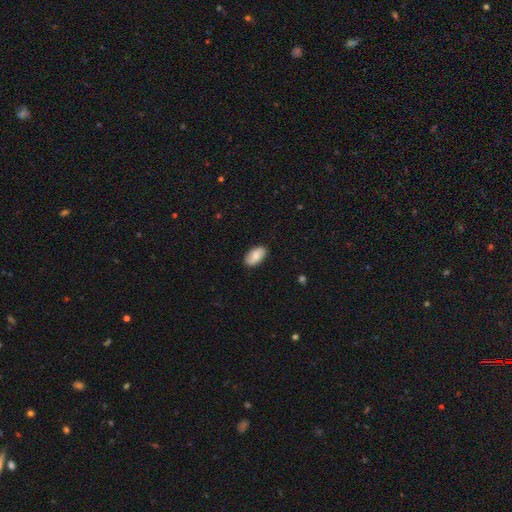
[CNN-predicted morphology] Overall: smooth (77%). How rounded: in between (94%). Merging: none (86%).